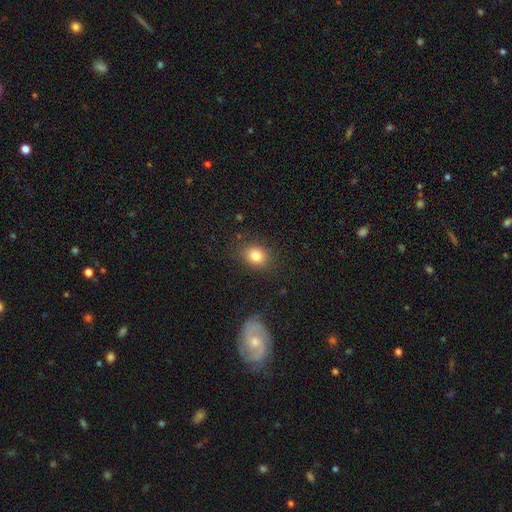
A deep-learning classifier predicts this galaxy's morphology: Q: Smooth or featured?
A: smooth (82%); runner-up: star or artifact (11%)
Q: How rounded?
A: in between (50%); runner-up: round (49%)
Q: Merging?
A: none (85%); runner-up: minor disturbance (10%)